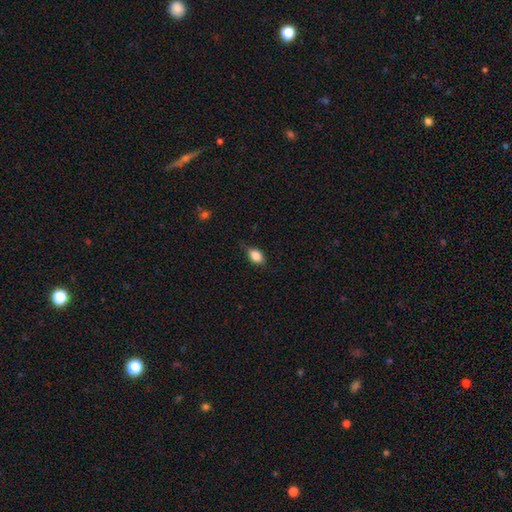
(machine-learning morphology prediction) Smooth or featured? smooth (84%)
How rounded? in between (85%)
Merging? none (71%)